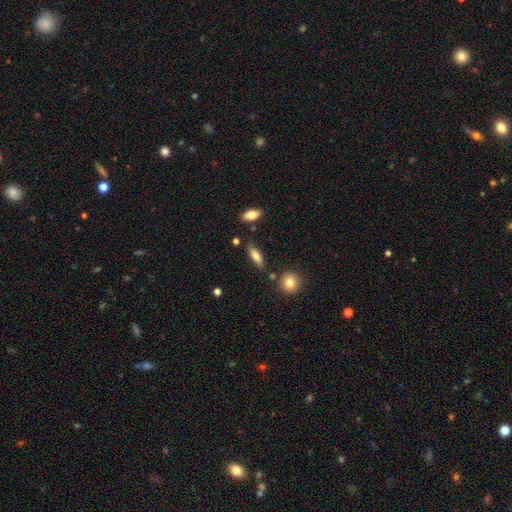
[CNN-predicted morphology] Smooth or featured?
  - smooth: 75% *
  - featured or disk: 18%
  - star or artifact: 7%
How rounded?
  - in between: 49% *
  - cigar-shaped: 47%
  - round: 3%
Merging?
  - none: 79% *
  - minor disturbance: 13%
  - merger: 5%
  - major disturbance: 3%